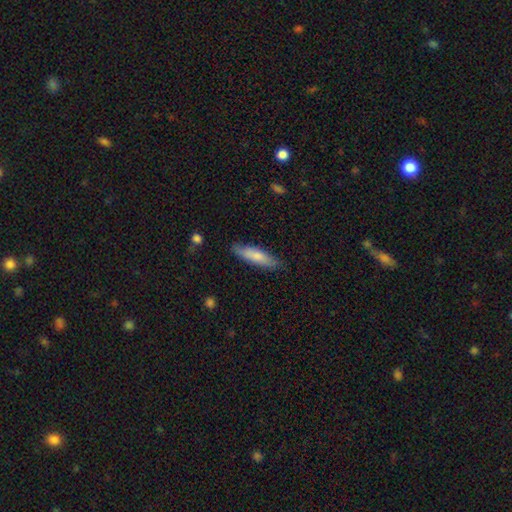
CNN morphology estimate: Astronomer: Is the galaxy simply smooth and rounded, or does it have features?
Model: smooth — 75%.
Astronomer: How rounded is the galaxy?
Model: cigar-shaped — 70%.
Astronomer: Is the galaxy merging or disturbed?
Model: none — 83%.